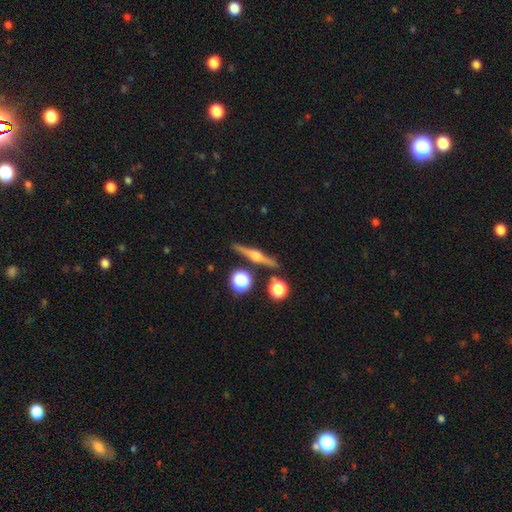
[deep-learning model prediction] The model was most divided on "smooth or featured": featured or disk: 76%, smooth: 16%, star or artifact: 8%. More confident: edge-on disk — yes (97%); edge-on bulge — rounded (93%); merging — none (86%).